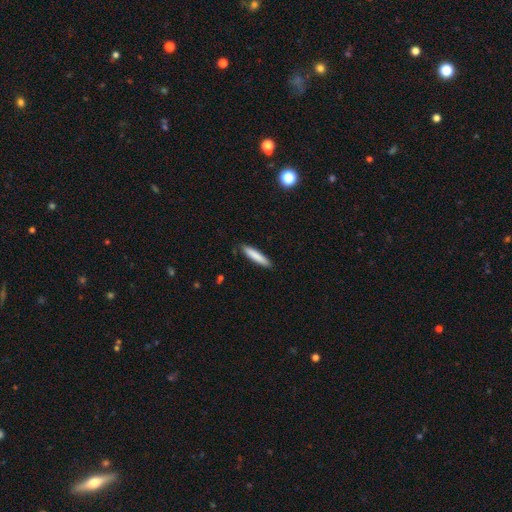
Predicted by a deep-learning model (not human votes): This is clearly a smooth galaxy (83%). How rounded: clearly cigar-shaped (87%). Merging: clearly none (86%).